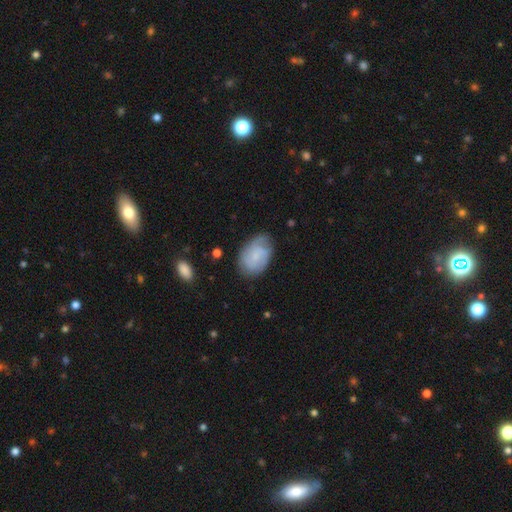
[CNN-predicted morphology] smooth 49%, featured or disk 43%, star or artifact 7%. Down the decision tree: merging — none (60%).